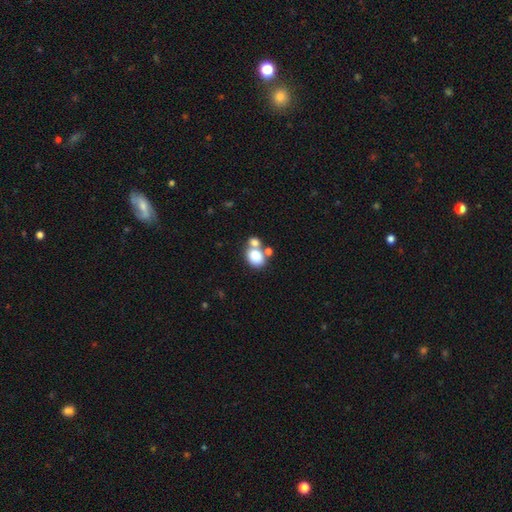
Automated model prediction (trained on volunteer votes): smooth_or_featured: smooth (p=0.80) [alt: featured or disk p=0.10]
how_rounded: in between (p=0.54) [alt: round p=0.45]
merging: merger (p=0.46) [alt: none p=0.40]